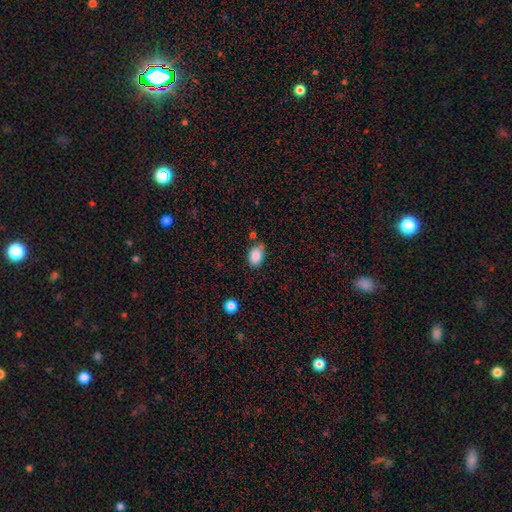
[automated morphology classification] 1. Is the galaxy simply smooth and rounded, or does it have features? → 87% smooth, 9% star or artifact, 4% featured or disk.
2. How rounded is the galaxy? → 80% in between, 19% round, 1% cigar-shaped.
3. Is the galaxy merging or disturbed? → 63% none, 25% minor disturbance, 7% merger, 5% major disturbance.